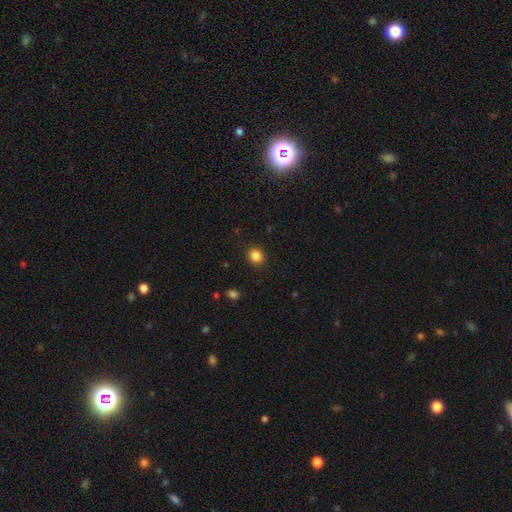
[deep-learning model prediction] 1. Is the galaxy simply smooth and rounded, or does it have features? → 85% smooth, 11% star or artifact, 4% featured or disk.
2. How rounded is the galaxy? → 77% round, 22% in between, 1% cigar-shaped.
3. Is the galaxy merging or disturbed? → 89% none, 7% minor disturbance, 2% major disturbance, 1% merger.